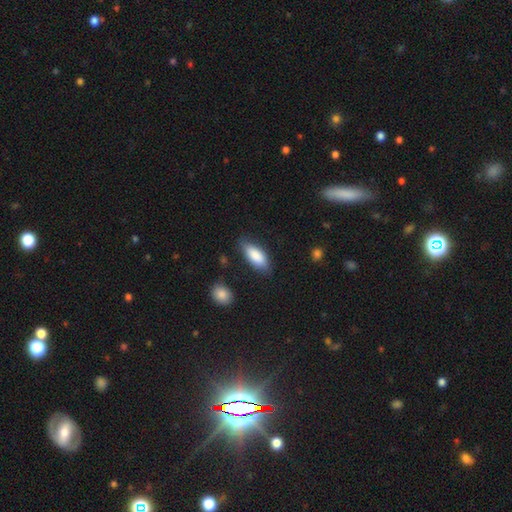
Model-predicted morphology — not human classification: A smooth galaxy with no disk features (86%) that is in between round and cigar-shaped (81%). Merging: none (77%).